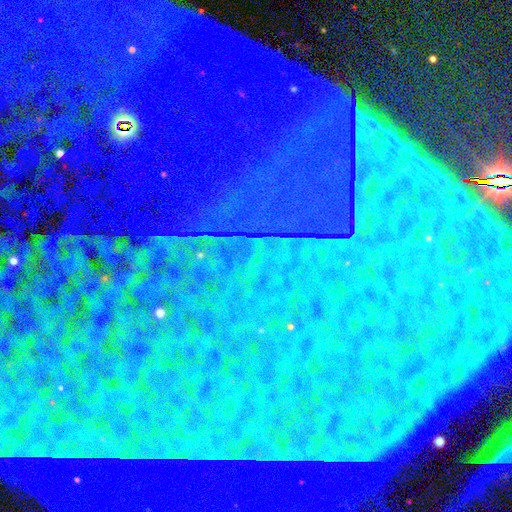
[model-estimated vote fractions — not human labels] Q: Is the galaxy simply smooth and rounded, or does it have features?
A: star or artifact — 86%.